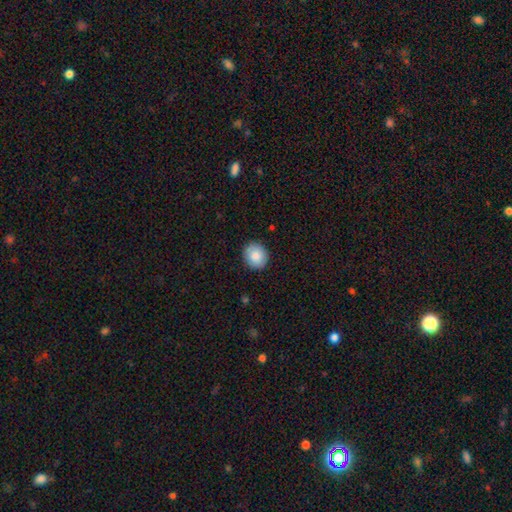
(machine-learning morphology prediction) A smooth galaxy with no disk features (86%) that is round (75%).

Vote fractions:
- Smooth or featured? smooth: 86% / star or artifact: 7% / featured or disk: 7%
- How rounded? round: 75% / in between: 24% / cigar-shaped: 1%
- Merging? none: 90% / minor disturbance: 7% / major disturbance: 2% / merger: 1%